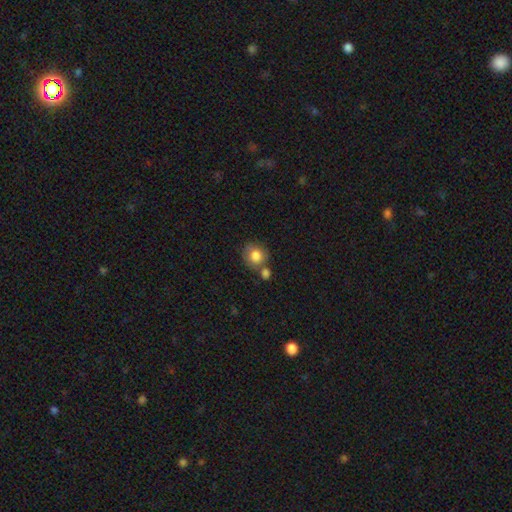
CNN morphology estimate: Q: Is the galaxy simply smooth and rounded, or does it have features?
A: smooth — 82%.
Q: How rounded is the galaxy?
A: round — 82%.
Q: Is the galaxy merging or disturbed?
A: none — 58%.